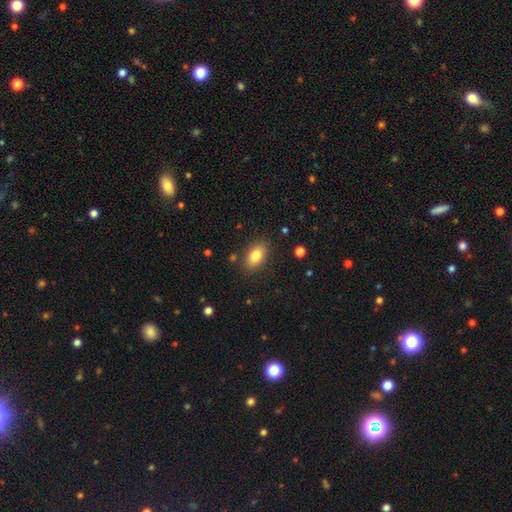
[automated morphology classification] This appears to be a smooth galaxy with no disk features (82%) that is in between round and cigar-shaped (89%). Merging: none (85%).